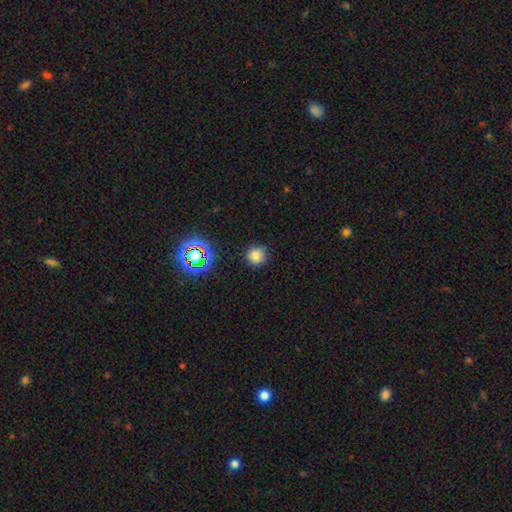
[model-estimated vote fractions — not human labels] This appears to be a smooth galaxy with no disk features (77%) that is round (91%). Merging: none (85%).